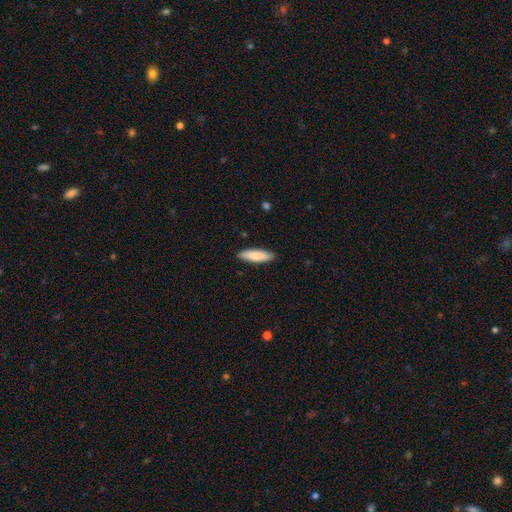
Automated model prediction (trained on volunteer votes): The model was most divided on "how rounded": cigar-shaped: 59%, in between: 39%, round: 1%. More confident: merging — none (89%); smooth or featured — smooth (85%).